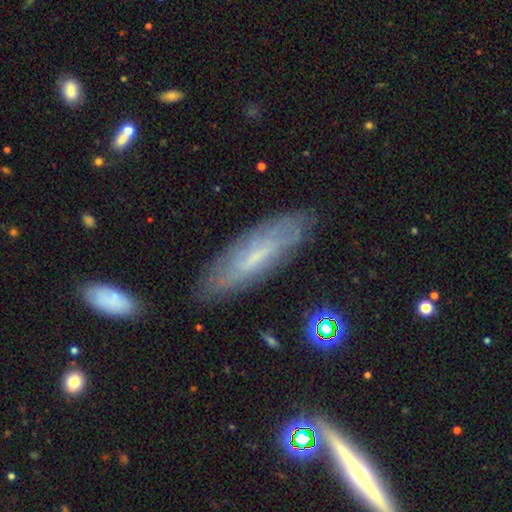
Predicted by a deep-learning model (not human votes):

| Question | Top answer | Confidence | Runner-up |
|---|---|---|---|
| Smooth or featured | featured or disk | 52% | smooth (40%) |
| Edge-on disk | no | 62% | yes (38%) |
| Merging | none | 81% | minor disturbance (13%) |